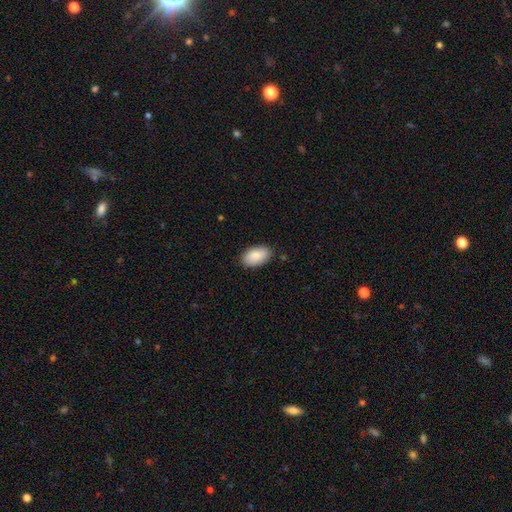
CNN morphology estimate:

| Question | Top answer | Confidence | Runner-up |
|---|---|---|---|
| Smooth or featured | smooth | 86% | featured or disk (7%) |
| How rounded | in between | 94% | round (4%) |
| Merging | none | 86% | minor disturbance (11%) |